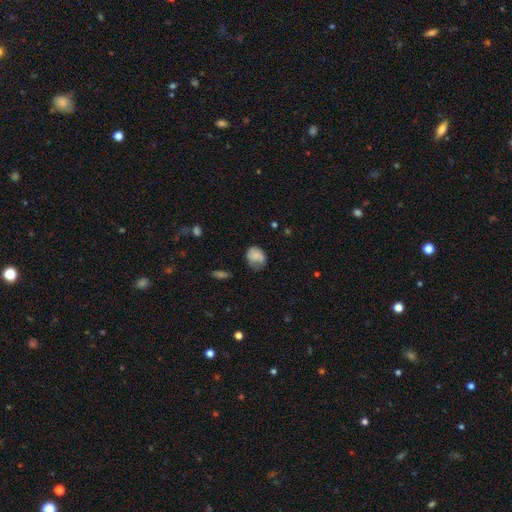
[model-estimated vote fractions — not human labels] This appears to be a smooth galaxy with no disk features (73%) that is in between round and cigar-shaped (55%). Merging: none (43%).